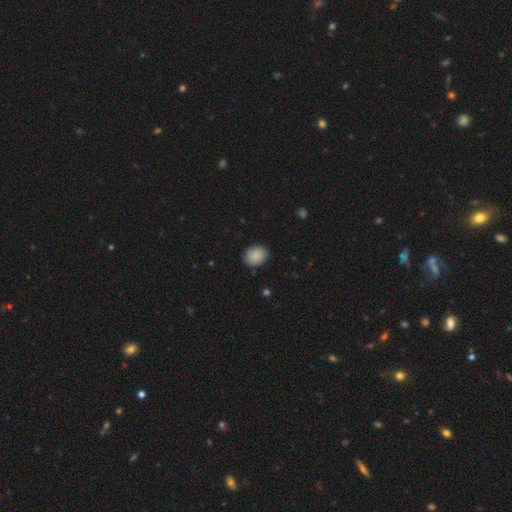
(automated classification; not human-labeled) Smooth or featured: smooth — 89% (star or artifact — 7%)
How rounded: round — 52% (in between — 47%)
Merging: none — 84% (minor disturbance — 12%)